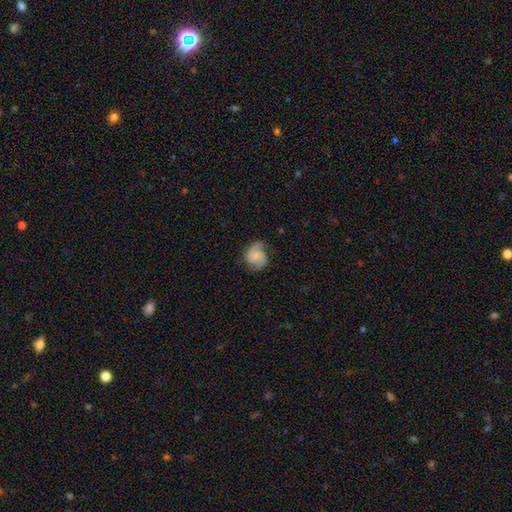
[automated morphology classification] Smooth or featured?
  - featured or disk: 63% *
  - smooth: 29%
  - star or artifact: 8%
Edge-on disk?
  - no: 98% *
  - yes: 2%
Bar?
  - no: 68% *
  - weak: 27%
  - strong: 5%
Spiral arms?
  - yes: 93% *
  - no: 7%
Spiral winding?
  - medium: 45% *
  - tight: 31%
  - loose: 25%
Spiral arm count?
  - 2: 76% *
  - 1: 9%
  - can't tell: 8%
  - 3: 4%
  - 4: 1%
  - more than 4: 1%
Bulge size?
  - small: 49% *
  - none: 23%
  - moderate: 22%
  - large: 4%
  - dominant: 2%
Merging?
  - none: 62% *
  - minor disturbance: 24%
  - major disturbance: 13%
  - merger: 1%